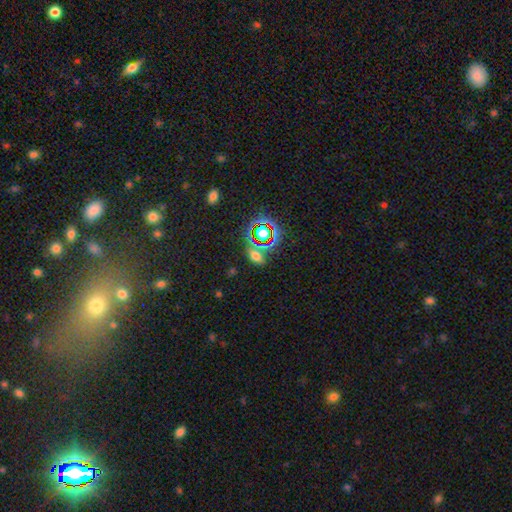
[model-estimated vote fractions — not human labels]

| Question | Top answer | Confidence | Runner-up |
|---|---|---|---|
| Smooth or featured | smooth | 56% | star or artifact (35%) |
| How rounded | in between | 78% | round (17%) |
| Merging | none | 71% | minor disturbance (13%) |